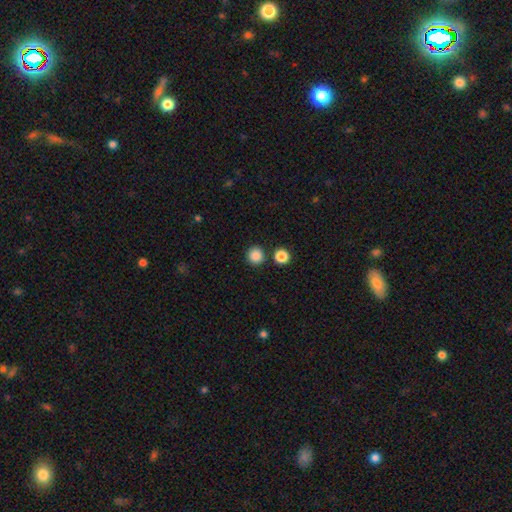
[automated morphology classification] Smooth or featured?
  - smooth: 87% *
  - star or artifact: 10%
  - featured or disk: 3%
How rounded?
  - round: 94% *
  - in between: 5%
  - cigar-shaped: 1%
Merging?
  - none: 86% *
  - merger: 6%
  - minor disturbance: 6%
  - major disturbance: 2%